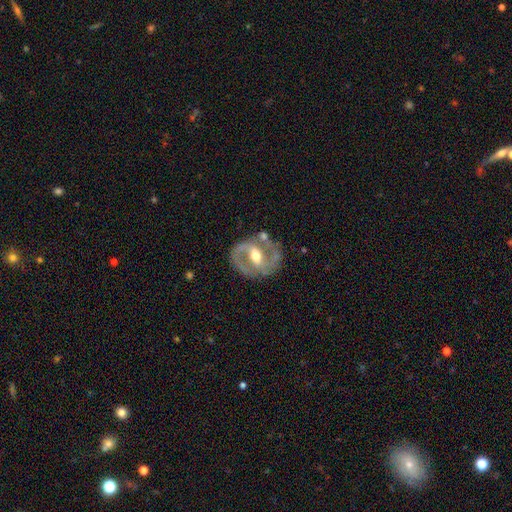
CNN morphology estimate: This appears to be a featured or disk galaxy (85%) with a strong bar (48%), 2 (88%) medium (56%) spiral arms (88%) and a moderate central bulge (71%). Merging: none (74%).